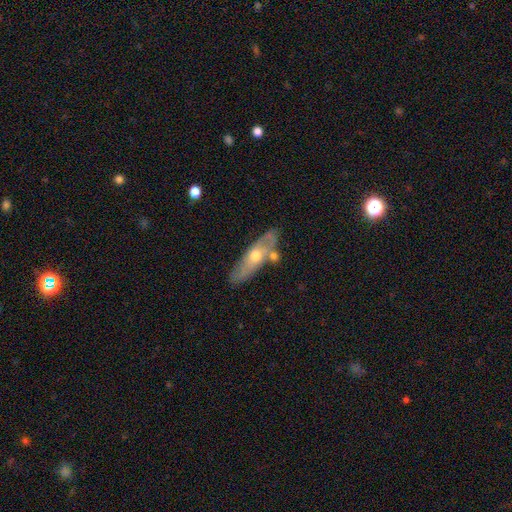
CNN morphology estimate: type=featured or disk (58%); edge-on=no (55%); merging=none (71%).